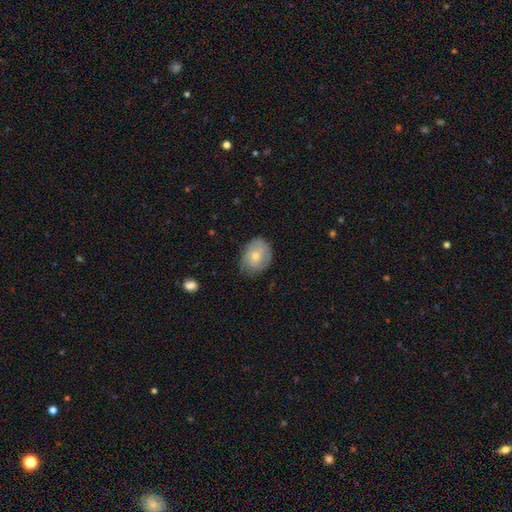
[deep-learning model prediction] Smooth or featured?
  - smooth: 60% *
  - featured or disk: 34%
  - star or artifact: 7%
How rounded?
  - in between: 54% *
  - round: 45%
  - cigar-shaped: 1%
Merging?
  - none: 66% *
  - minor disturbance: 27%
  - major disturbance: 6%
  - merger: 1%